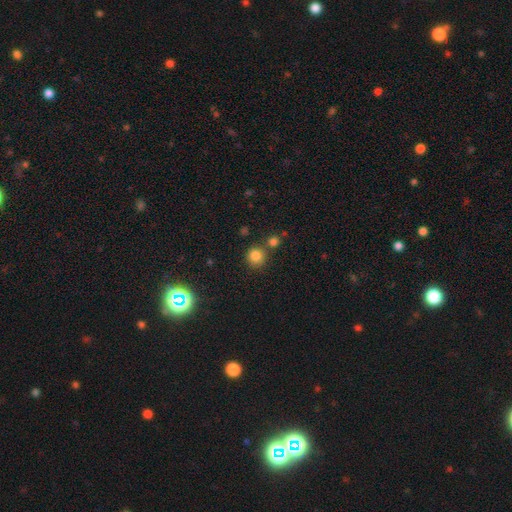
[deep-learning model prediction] Smooth or featured?
  - smooth: 80% *
  - star or artifact: 14%
  - featured or disk: 5%
How rounded?
  - round: 89% *
  - in between: 10%
  - cigar-shaped: 1%
Merging?
  - none: 72% *
  - merger: 15%
  - minor disturbance: 9%
  - major disturbance: 3%